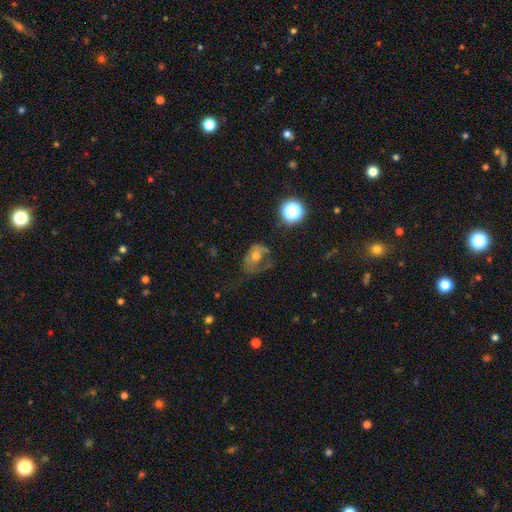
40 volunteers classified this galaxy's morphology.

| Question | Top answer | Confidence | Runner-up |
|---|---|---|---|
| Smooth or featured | featured or disk | 48% | smooth (42%) |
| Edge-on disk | no | 95% | yes (5%) |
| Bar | no | 94% | weak (6%) |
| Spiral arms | no | 61% | yes (39%) |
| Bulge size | moderate | 56% | small (28%) |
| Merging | major disturbance | 49% | none (26%) |